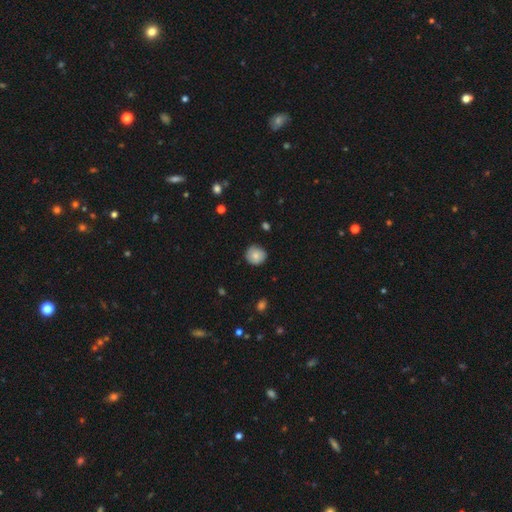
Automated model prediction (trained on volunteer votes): Q: Smooth or featured?
A: smooth (79%); runner-up: featured or disk (14%)
Q: How rounded?
A: round (91%); runner-up: in between (8%)
Q: Merging?
A: none (84%); runner-up: minor disturbance (12%)